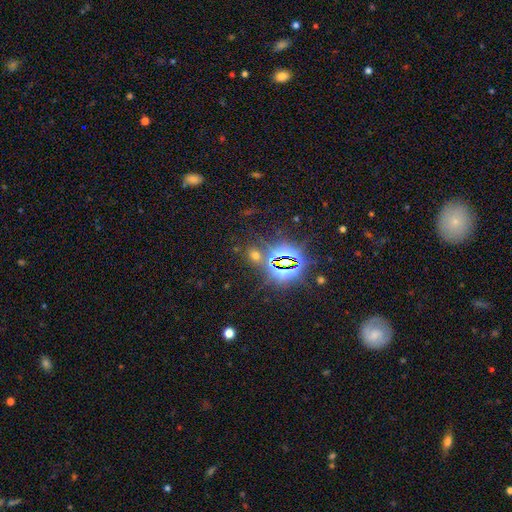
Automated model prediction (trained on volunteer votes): Q: Smooth or featured?
A: star or artifact (59%); runner-up: smooth (34%)